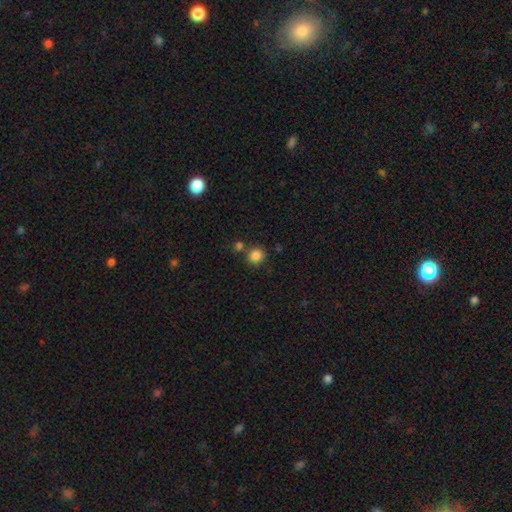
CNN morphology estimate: smooth 84%, star or artifact 11%, featured or disk 4%. Down the decision tree: how rounded — round (90%); merging — none (75%).